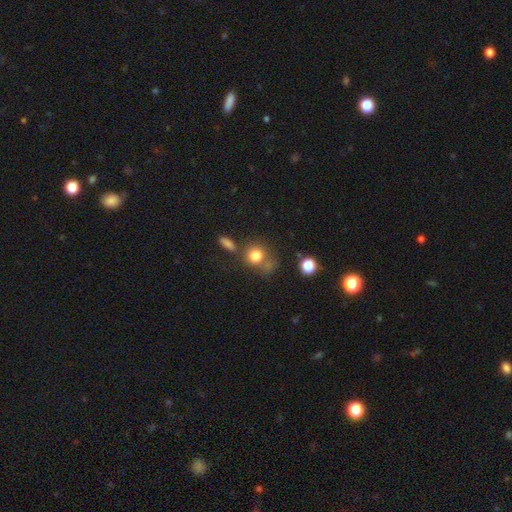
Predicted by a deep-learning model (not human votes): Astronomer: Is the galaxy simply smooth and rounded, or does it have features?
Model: smooth — 79%.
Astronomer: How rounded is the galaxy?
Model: round — 79%.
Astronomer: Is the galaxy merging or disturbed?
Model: none — 51%.